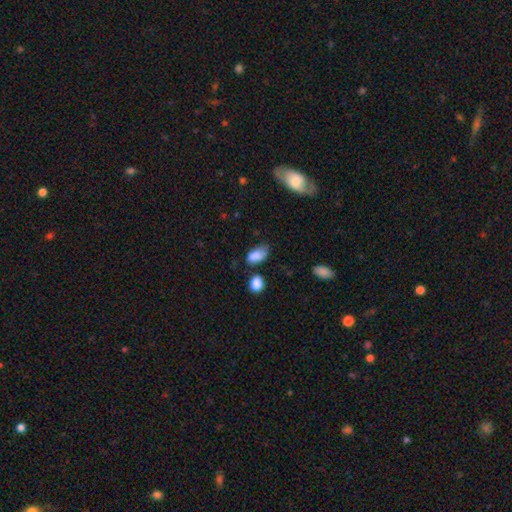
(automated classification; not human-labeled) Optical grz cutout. It shows a smooth galaxy with no disk features (85%) that is in between round and cigar-shaped (90%). Merging: none (46%).